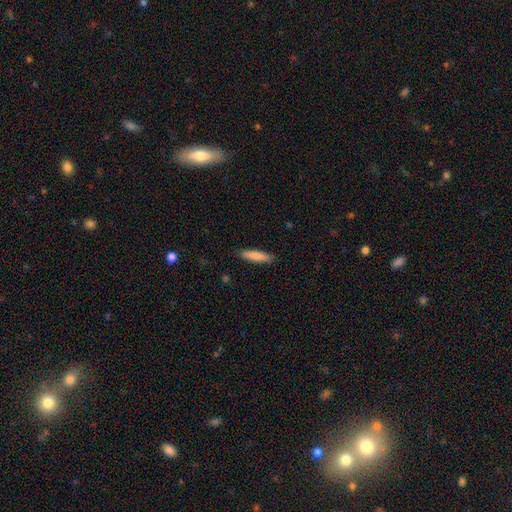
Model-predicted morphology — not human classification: Smooth or featured? Predicted: smooth (p=0.83). How rounded? Predicted: cigar-shaped (p=0.83). Merging? Predicted: none (p=0.89).